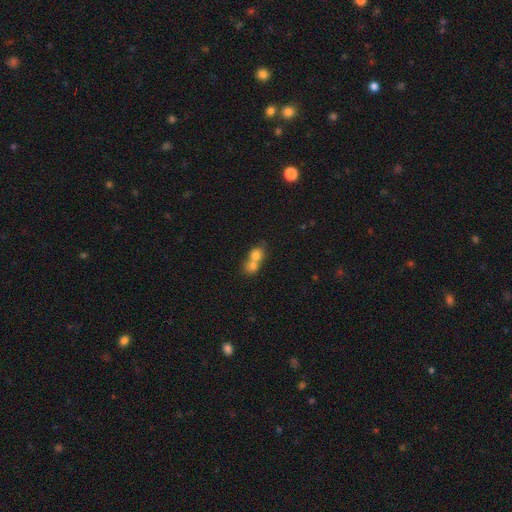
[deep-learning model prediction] Smooth or featured? Predicted: smooth (p=0.74). How rounded? Predicted: round (p=0.67). Merging? Predicted: merger (p=0.73).